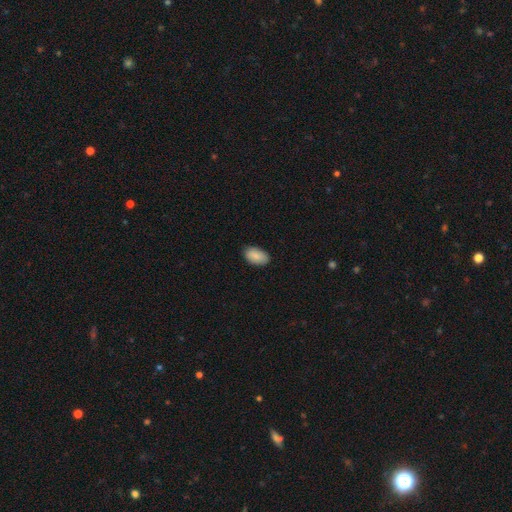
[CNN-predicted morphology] This appears to be a smooth galaxy with no disk features (87%) that is in between round and cigar-shaped (94%). Merging: none (84%).